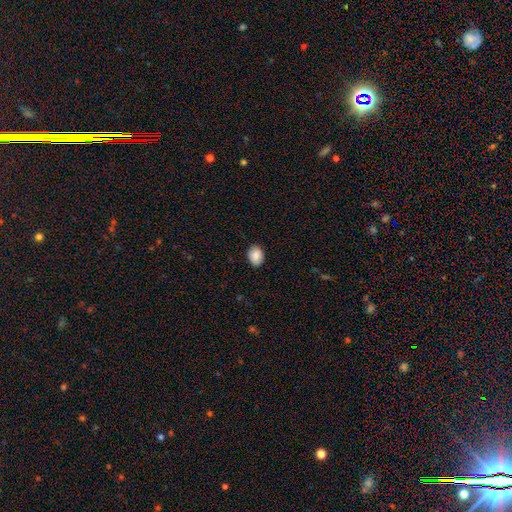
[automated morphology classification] This is clearly a smooth galaxy (88%). How rounded: likely in between (69%). Merging: clearly none (87%).